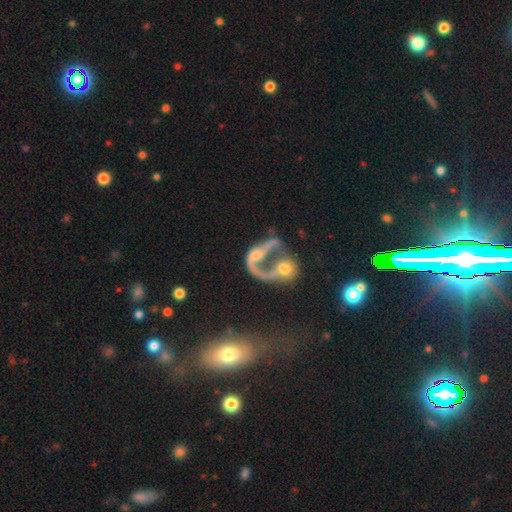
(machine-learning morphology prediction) This appears to be a featured or disk galaxy (67%) with no bar (70%), spiral arms (57%) and a moderate central bulge (40%). Merging: merger (47%).